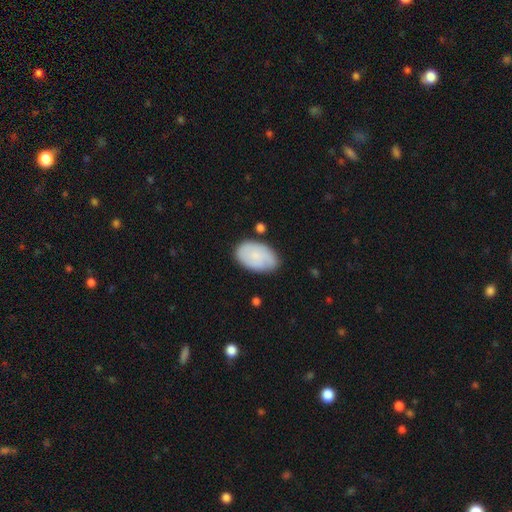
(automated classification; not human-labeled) Smooth or featured?
  - smooth: 67% *
  - featured or disk: 26%
  - star or artifact: 7%
How rounded?
  - in between: 91% *
  - round: 7%
  - cigar-shaped: 1%
Merging?
  - none: 74% *
  - minor disturbance: 19%
  - major disturbance: 4%
  - merger: 3%